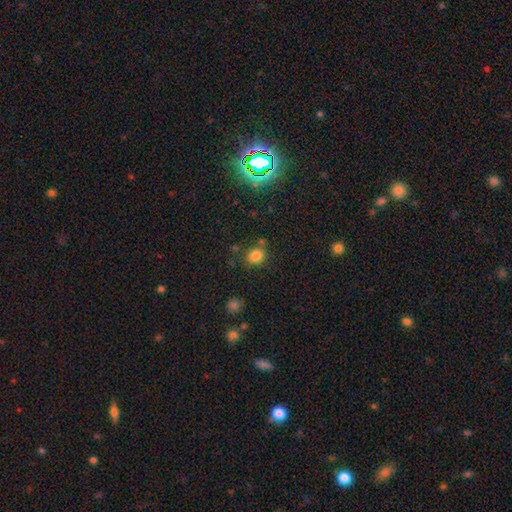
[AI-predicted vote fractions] Smooth or featured?
  - smooth: 81% *
  - star or artifact: 14%
  - featured or disk: 6%
How rounded?
  - round: 64% *
  - in between: 35%
  - cigar-shaped: 1%
Merging?
  - none: 72% *
  - minor disturbance: 13%
  - merger: 10%
  - major disturbance: 5%